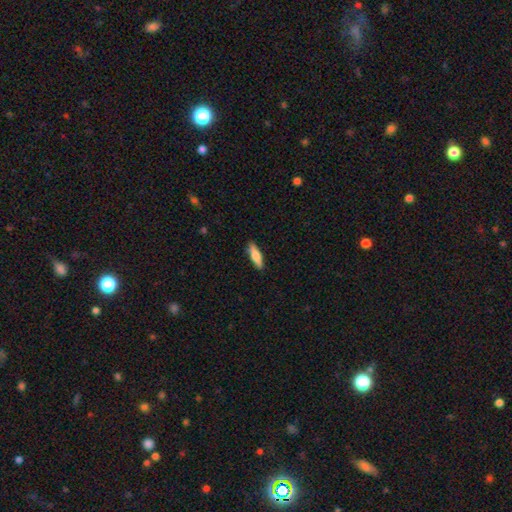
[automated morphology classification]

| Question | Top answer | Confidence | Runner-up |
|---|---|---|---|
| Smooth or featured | smooth | 74% | featured or disk (20%) |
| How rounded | cigar-shaped | 64% | in between (35%) |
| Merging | none | 88% | minor disturbance (9%) |